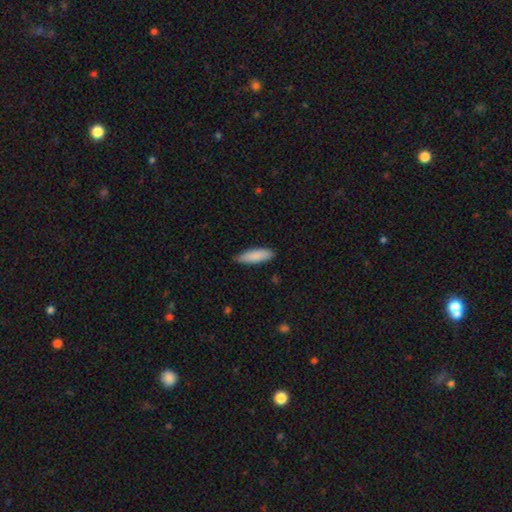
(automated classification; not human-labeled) smooth 87%, featured or disk 7%, star or artifact 5%. Down the decision tree: how rounded — in between (49%, tied with cigar-shaped); merging — none (79%).